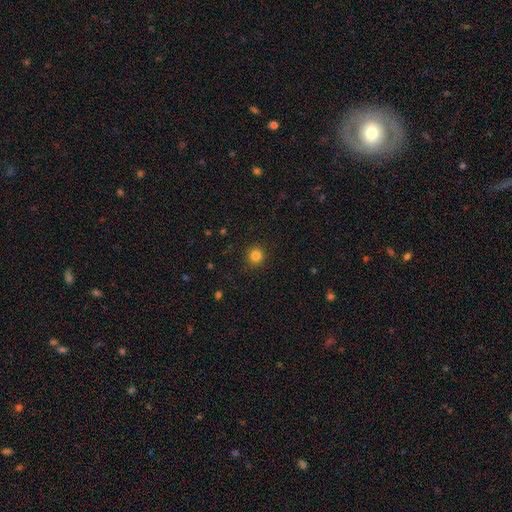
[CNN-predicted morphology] This appears to be a smooth galaxy with no disk features (83%) that is round (94%). Merging: none (91%).